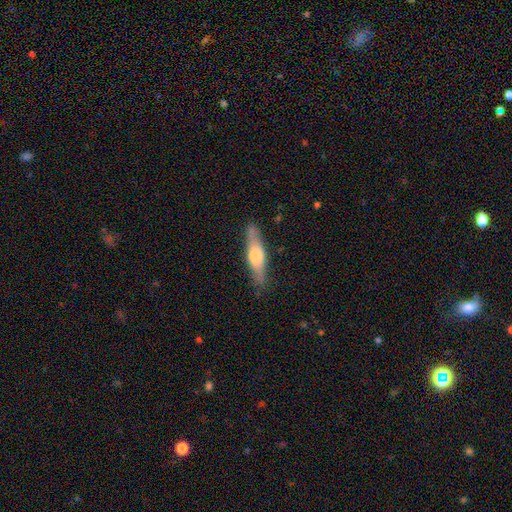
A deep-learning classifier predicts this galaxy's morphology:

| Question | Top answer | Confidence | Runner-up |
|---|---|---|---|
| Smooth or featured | featured or disk | 49% | smooth (45%) |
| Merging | none | 84% | minor disturbance (12%) |